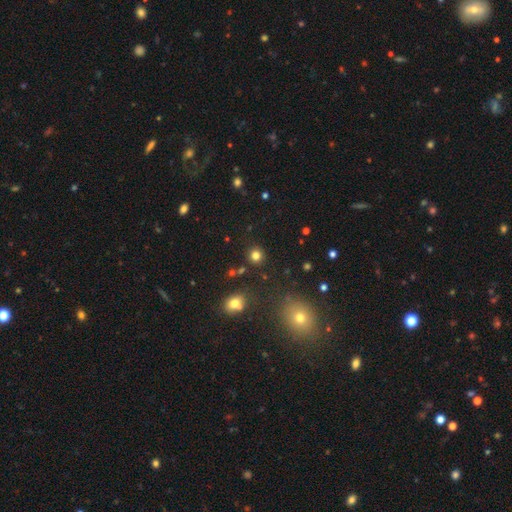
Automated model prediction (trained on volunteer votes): smooth_or_featured: smooth (p=0.79) [alt: star or artifact p=0.15]
how_rounded: round (p=0.91) [alt: in between p=0.08]
merging: none (p=0.88) [alt: minor disturbance p=0.06]